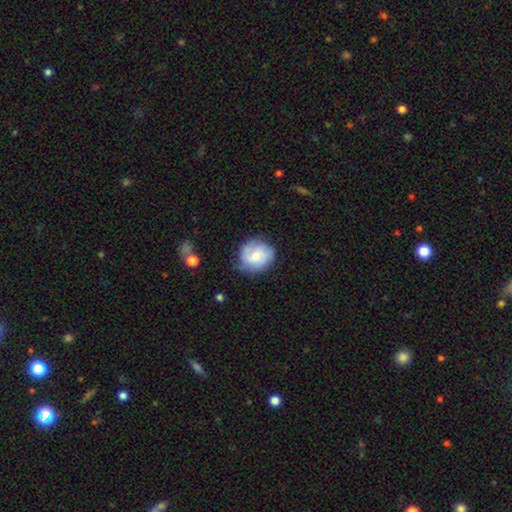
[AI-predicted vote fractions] smooth 51%, featured or disk 41%, star or artifact 7%. Down the decision tree: how rounded — round (79%); merging — none (69%).